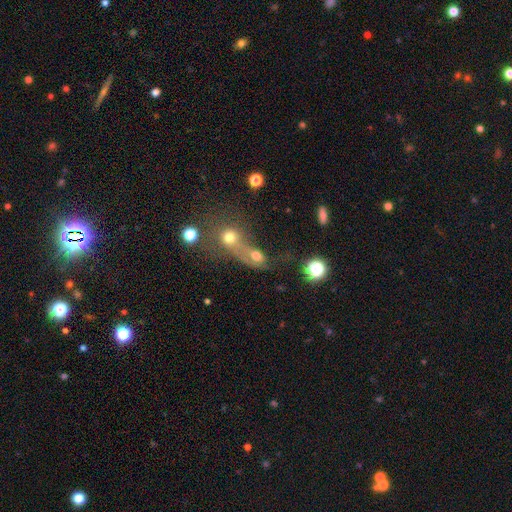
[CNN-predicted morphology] The model was most divided on "how rounded": in between: 52%, round: 42%, cigar-shaped: 6%. More confident: merging — merger (60%); smooth or featured — smooth (60%).